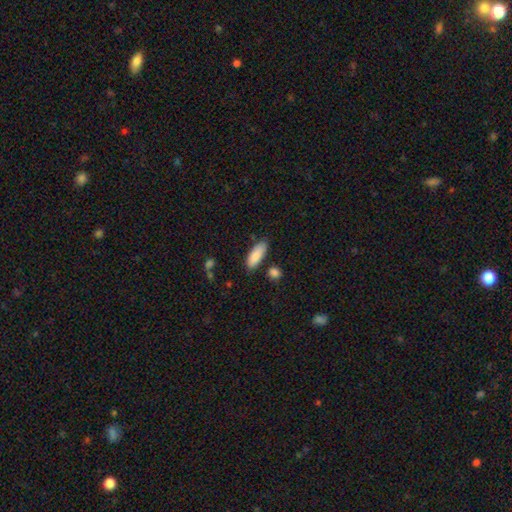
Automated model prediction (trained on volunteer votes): A smooth galaxy with no disk features (87%) that is in between round and cigar-shaped (70%). Merging: none (79%).